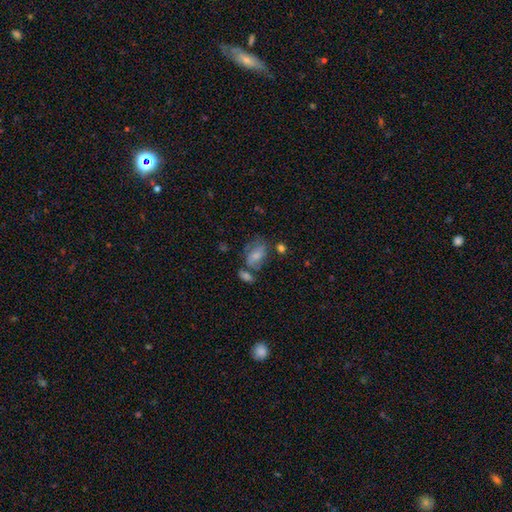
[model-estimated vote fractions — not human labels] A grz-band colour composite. It shows a smooth galaxy with no disk features (63%) that is in between round and cigar-shaped (84%). Merging: none (41%).